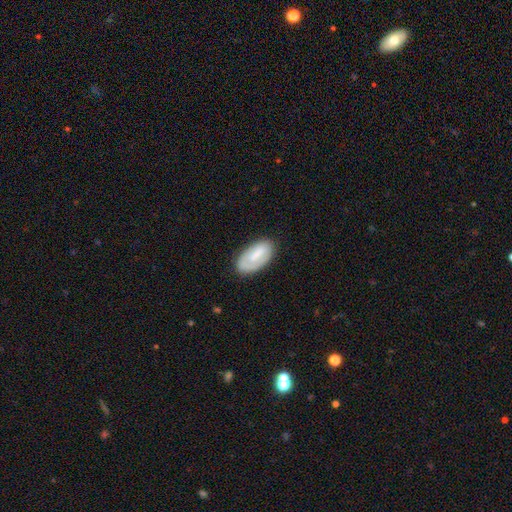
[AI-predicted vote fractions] This is possibly a smooth galaxy (57%). How rounded: clearly in between (94%). Merging: likely none (75%).